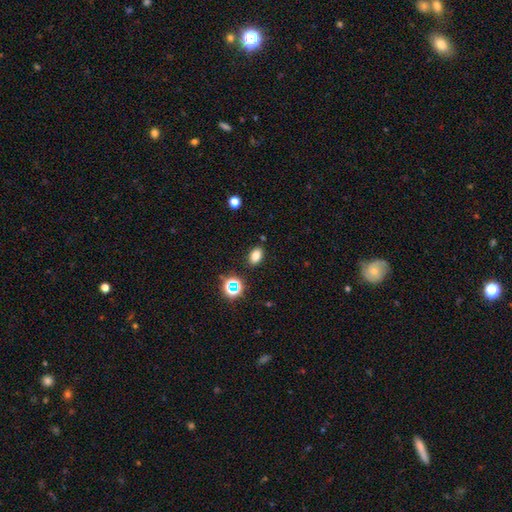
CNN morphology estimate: A smooth galaxy with no disk features (77%) that is in between round and cigar-shaped (84%). Merging: none (86%).